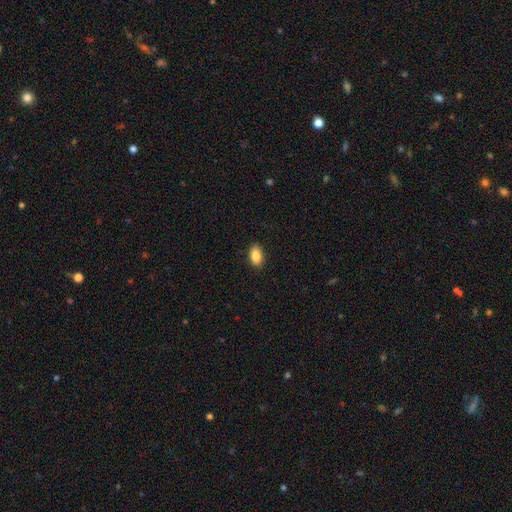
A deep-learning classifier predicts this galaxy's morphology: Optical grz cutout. It shows a smooth galaxy with no disk features (88%) that is in between round and cigar-shaped (92%). Merging: none (89%).